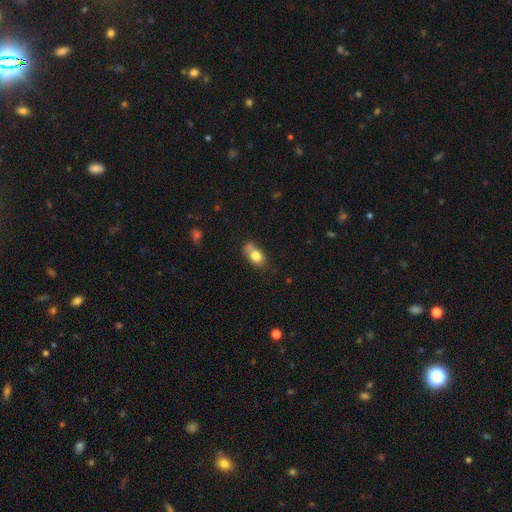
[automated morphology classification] This is likely a smooth galaxy (78%). How rounded: likely in between (72%). Merging: possibly none (46%).